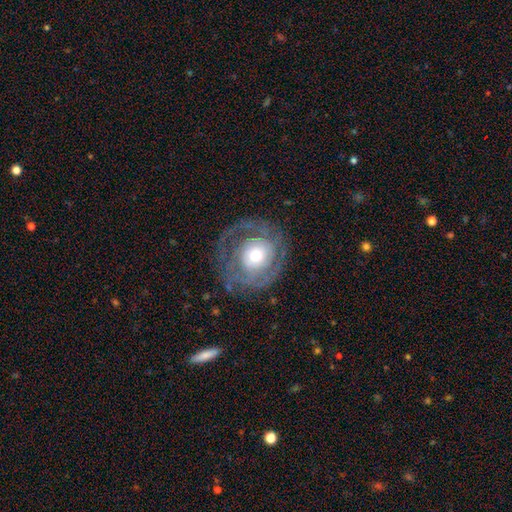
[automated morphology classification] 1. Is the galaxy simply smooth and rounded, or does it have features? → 72% featured or disk, 22% smooth, 6% star or artifact.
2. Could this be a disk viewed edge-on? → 97% no, 3% yes.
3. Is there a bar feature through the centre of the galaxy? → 76% no, 19% weak, 6% strong.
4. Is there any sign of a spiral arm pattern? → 76% yes, 24% no.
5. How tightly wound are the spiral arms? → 62% tight, 26% medium, 12% loose.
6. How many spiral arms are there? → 38% 2, 32% can't tell, 13% 1, 9% 3, 4% 4, 4% more than 4.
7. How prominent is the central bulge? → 58% moderate, 24% small, 15% large, 2% dominant, 1% none.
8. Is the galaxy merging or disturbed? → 71% none, 15% minor disturbance, 13% major disturbance, 1% merger.